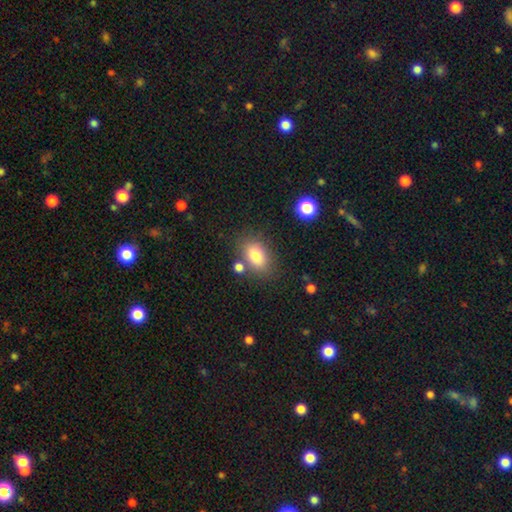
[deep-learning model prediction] Smooth or featured?
  - smooth: 80% *
  - featured or disk: 10%
  - star or artifact: 9%
How rounded?
  - in between: 85% *
  - round: 13%
  - cigar-shaped: 2%
Merging?
  - none: 72% *
  - minor disturbance: 13%
  - merger: 11%
  - major disturbance: 4%